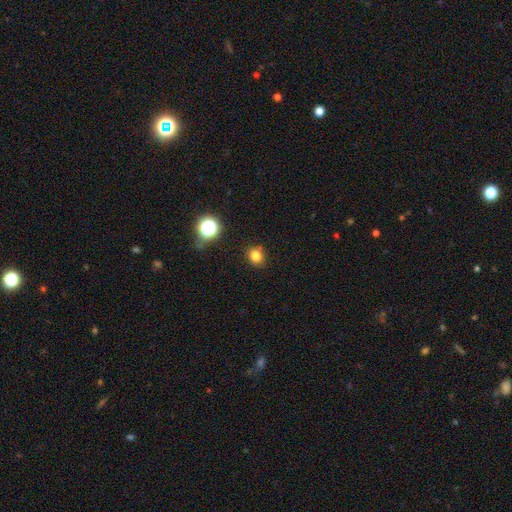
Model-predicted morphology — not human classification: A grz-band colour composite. It shows a smooth galaxy with no disk features (80%) that is round (77%). Merging: none (85%).